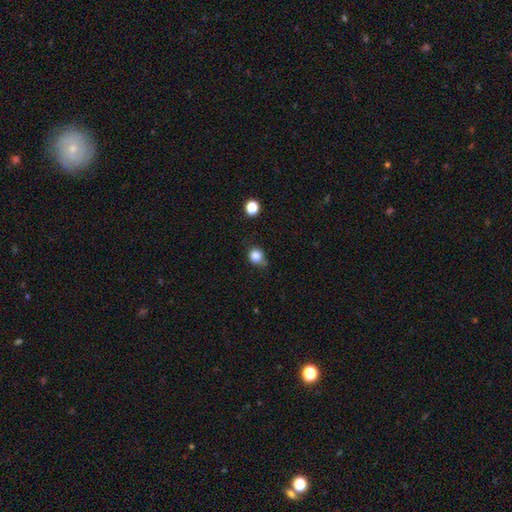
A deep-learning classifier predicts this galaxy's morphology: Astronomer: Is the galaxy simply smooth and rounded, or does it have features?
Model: smooth — 83%.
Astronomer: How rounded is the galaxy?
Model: round — 81%.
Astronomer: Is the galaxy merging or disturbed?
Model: none — 63%.